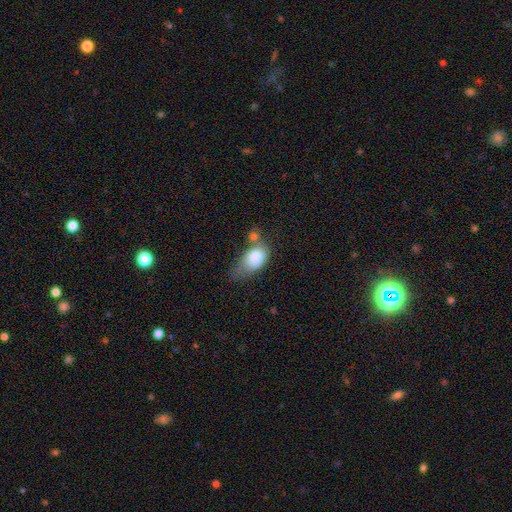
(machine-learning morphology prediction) smooth-or-featured: smooth: 75% | featured or disk: 17% | star or artifact: 8%
  how-rounded: in between: 79% | round: 18% | cigar-shaped: 2%
  merging: merger: 32% | minor disturbance: 26% | none: 22% | major disturbance: 20%